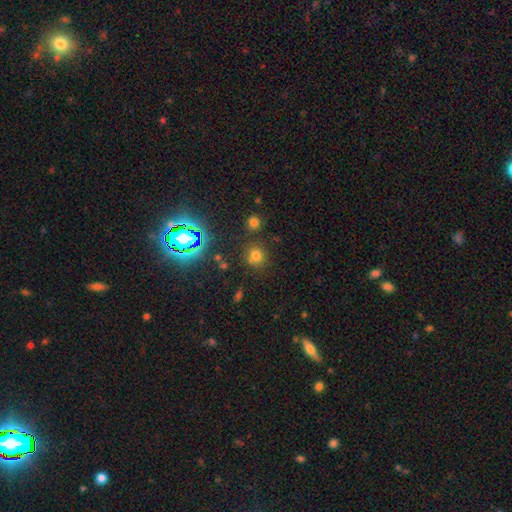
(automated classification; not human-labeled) Smooth or featured? smooth (68%)
How rounded? round (86%)
Merging? none (80%)